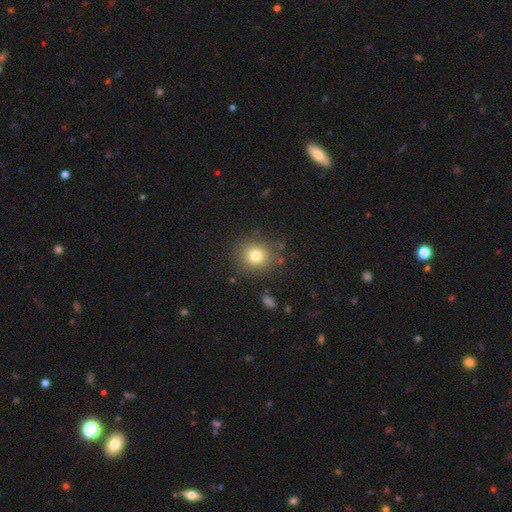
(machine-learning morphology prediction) smooth_or_featured: smooth (p=0.78) [alt: star or artifact p=0.13]
how_rounded: round (p=0.83) [alt: in between p=0.16]
merging: none (p=0.84) [alt: minor disturbance p=0.10]